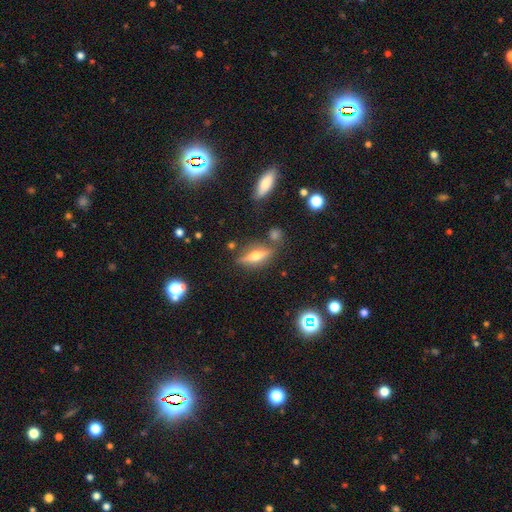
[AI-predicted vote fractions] Smooth or featured: featured or disk — 60% (smooth — 30%)
Edge-on disk: yes — 92% (no — 8%)
Edge-on bulge: rounded — 94% (boxy — 4%)
Merging: none — 78% (minor disturbance — 12%)